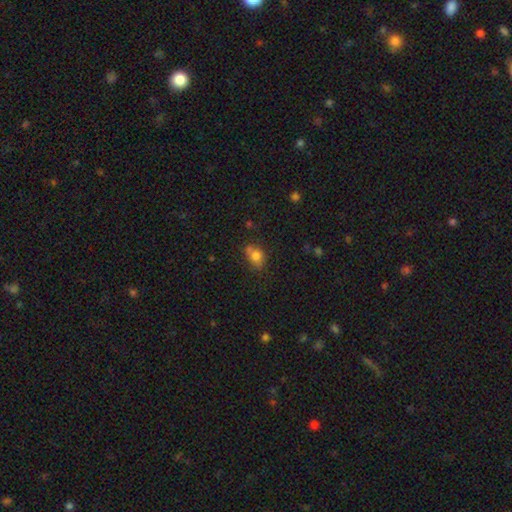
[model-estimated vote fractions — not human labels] This is likely a smooth galaxy (76%). How rounded: possibly in between (56%). Merging: possibly none (52%).